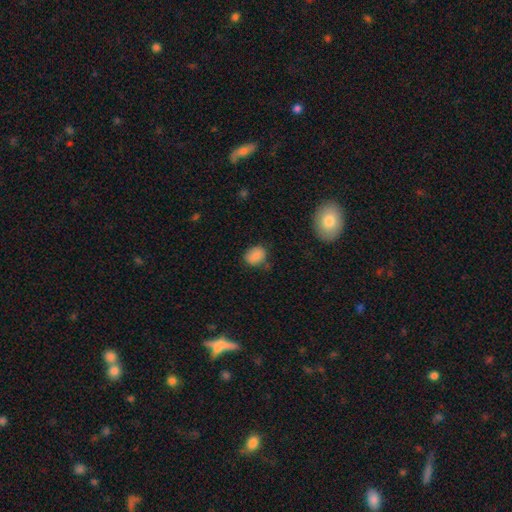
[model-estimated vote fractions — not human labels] Morphology: type=smooth (84%); roundness=in between (58%); merging=none (71%).